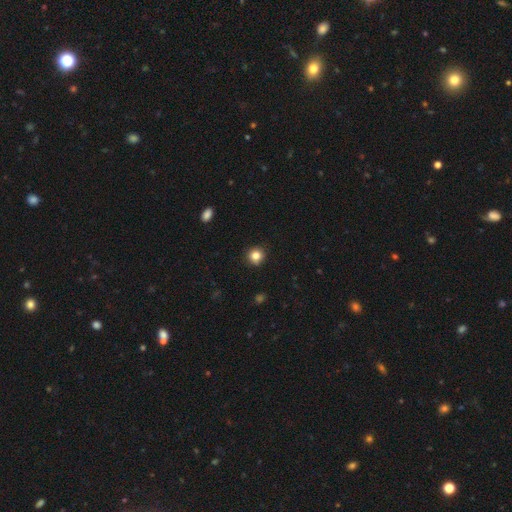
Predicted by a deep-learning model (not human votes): A smooth galaxy with no disk features (83%) that is round (91%).

Vote fractions:
- Smooth or featured? smooth: 83% / star or artifact: 11% / featured or disk: 5%
- How rounded? round: 91% / in between: 8% / cigar-shaped: 1%
- Merging? none: 89% / minor disturbance: 8% / major disturbance: 2% / merger: 1%